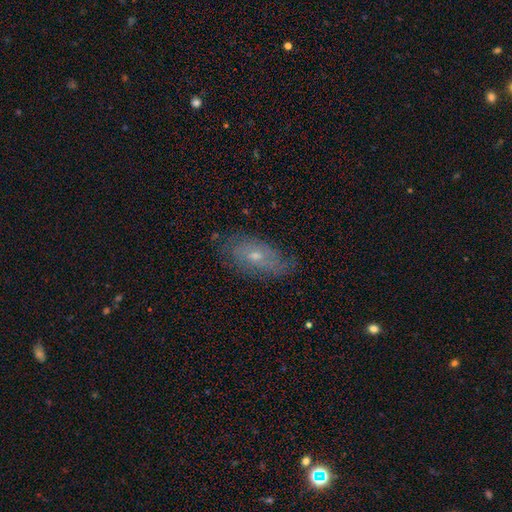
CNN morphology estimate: smooth-or-featured: featured or disk: 57% | smooth: 33% | star or artifact: 10%
  disk-edge-on: no: 86% | yes: 14%
  merging: none: 73% | minor disturbance: 20% | major disturbance: 5% | merger: 1%